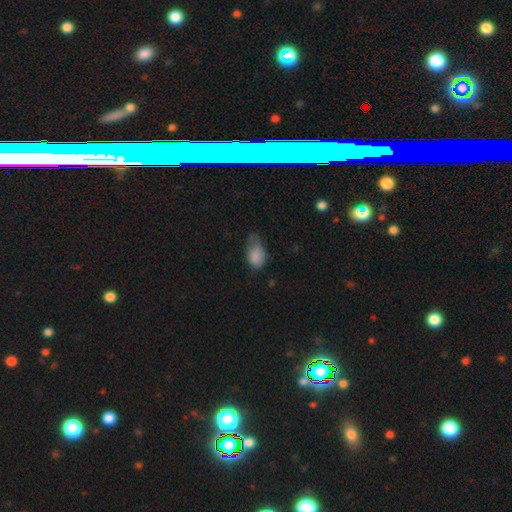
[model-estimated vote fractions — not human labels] Smooth or featured: smooth — 83% (featured or disk — 9%)
How rounded: in between — 86% (round — 12%)
Merging: minor disturbance — 43% (none — 30%)